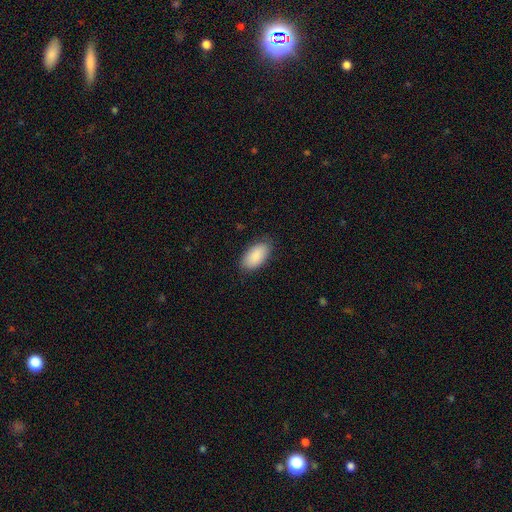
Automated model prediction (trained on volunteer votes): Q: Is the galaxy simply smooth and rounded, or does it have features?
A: smooth — 89%.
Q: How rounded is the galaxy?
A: in between — 95%.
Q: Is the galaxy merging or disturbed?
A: none — 84%.